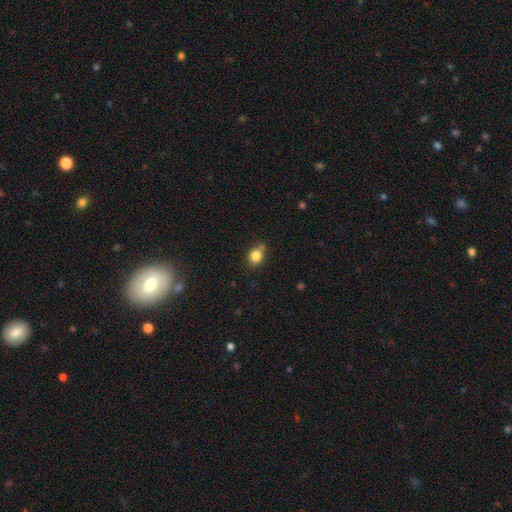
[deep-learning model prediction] The model was most divided on "how rounded": round: 71%, in between: 28%, cigar-shaped: 1%. More confident: smooth or featured — smooth (83%); merging — none (66%).